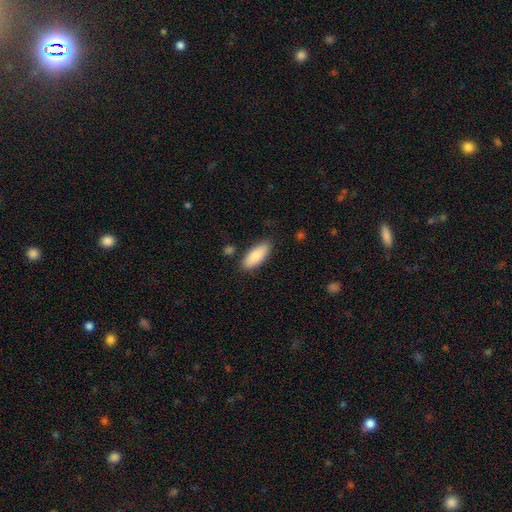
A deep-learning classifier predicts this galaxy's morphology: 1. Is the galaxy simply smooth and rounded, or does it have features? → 86% smooth, 8% featured or disk, 6% star or artifact.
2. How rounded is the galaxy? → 82% in between, 17% cigar-shaped, 2% round.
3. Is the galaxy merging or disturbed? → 84% none, 12% minor disturbance, 3% major disturbance, 2% merger.